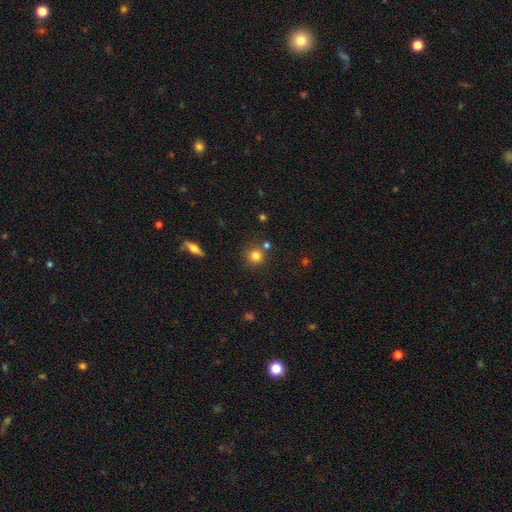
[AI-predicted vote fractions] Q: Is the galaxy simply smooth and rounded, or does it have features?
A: smooth — 80%.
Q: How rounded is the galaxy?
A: round — 90%.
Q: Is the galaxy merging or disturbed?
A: none — 73%.